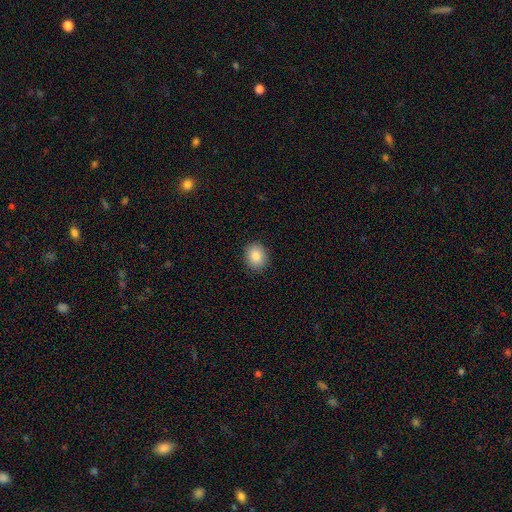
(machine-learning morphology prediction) Smooth or featured? smooth (85%)
How rounded? round (67%)
Merging? none (90%)